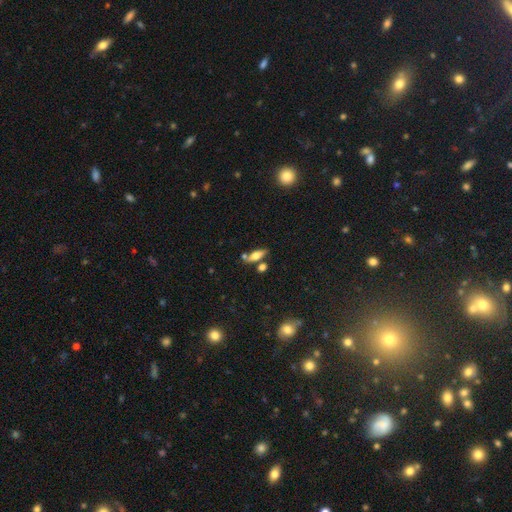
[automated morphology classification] Smooth or featured?
  - smooth: 61% *
  - featured or disk: 30%
  - star or artifact: 9%
How rounded?
  - in between: 63% *
  - cigar-shaped: 33%
  - round: 4%
Merging?
  - none: 68% *
  - merger: 15%
  - minor disturbance: 13%
  - major disturbance: 4%